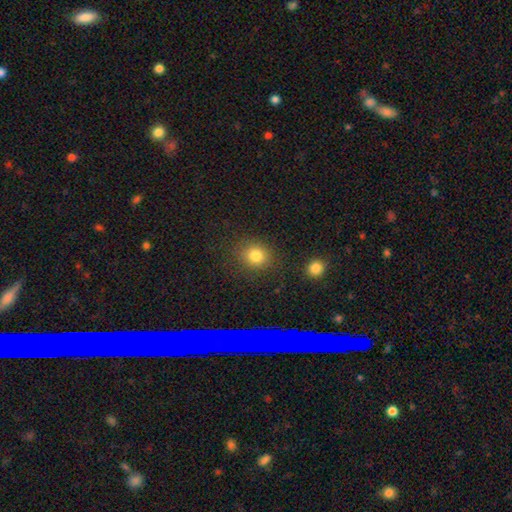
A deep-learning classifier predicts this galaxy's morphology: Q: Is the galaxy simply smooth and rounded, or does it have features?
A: smooth — 80%.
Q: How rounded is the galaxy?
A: round — 79%.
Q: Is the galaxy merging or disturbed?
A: none — 84%.